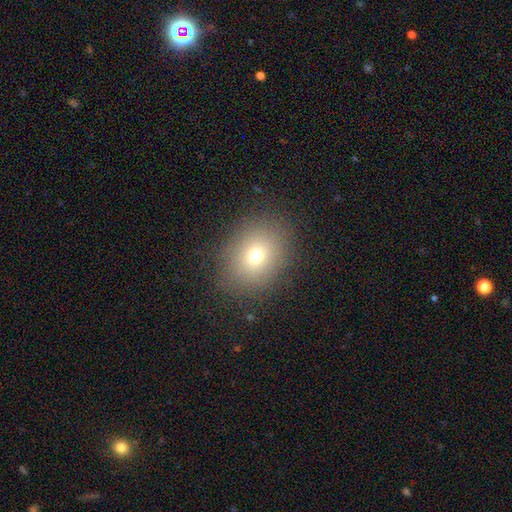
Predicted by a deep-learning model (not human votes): Morphology: type=smooth (70%); roundness=round (52%); merging=none (85%).